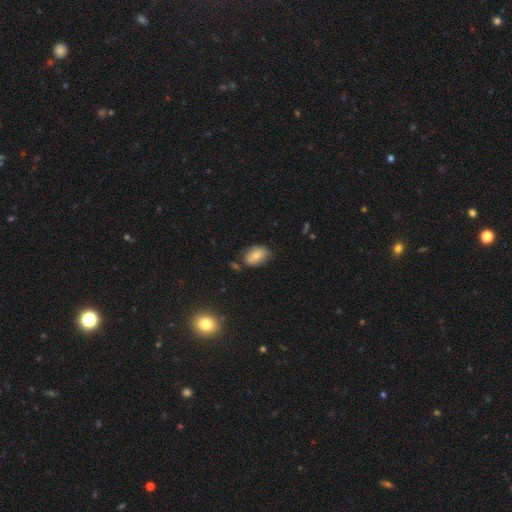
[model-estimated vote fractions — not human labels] A smooth galaxy with no disk features (72%) that is in between round and cigar-shaped (85%).

Vote fractions:
- Smooth or featured? smooth: 72% / featured or disk: 19% / star or artifact: 9%
- How rounded? in between: 85% / round: 13% / cigar-shaped: 2%
- Merging? none: 71% / minor disturbance: 21% / merger: 4% / major disturbance: 4%